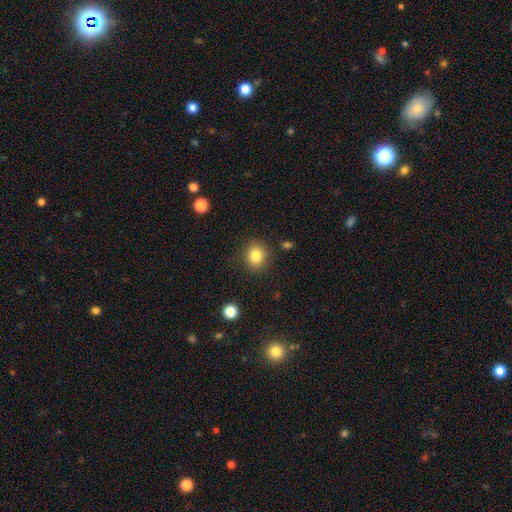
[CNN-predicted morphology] Overall: smooth (83%). How rounded: round (82%). Merging: none (87%).